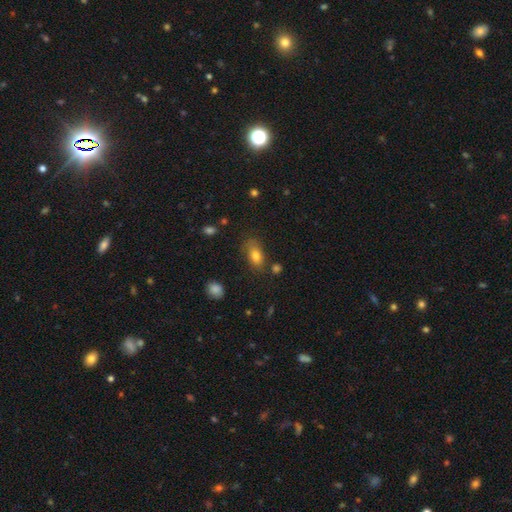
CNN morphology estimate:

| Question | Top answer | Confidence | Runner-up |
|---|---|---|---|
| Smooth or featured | smooth | 80% | featured or disk (11%) |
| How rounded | in between | 86% | round (10%) |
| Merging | none | 66% | minor disturbance (22%) |